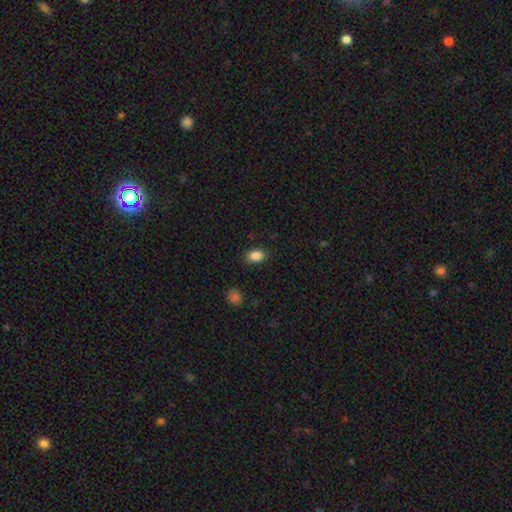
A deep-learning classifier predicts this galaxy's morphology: Smooth or featured? smooth (86%)
How rounded? in between (85%)
Merging? none (85%)